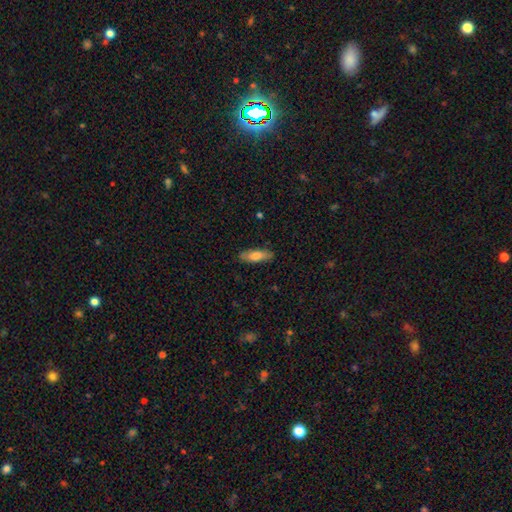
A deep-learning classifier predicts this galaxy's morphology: This is likely a smooth galaxy (74%). How rounded: possibly in between (57%). Merging: clearly none (85%).